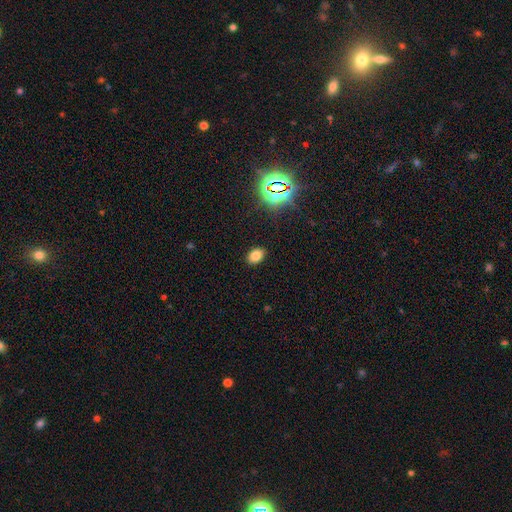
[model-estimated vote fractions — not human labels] Smooth or featured: smooth — 77% (star or artifact — 16%)
How rounded: in between — 79% (round — 20%)
Merging: none — 88% (minor disturbance — 8%)